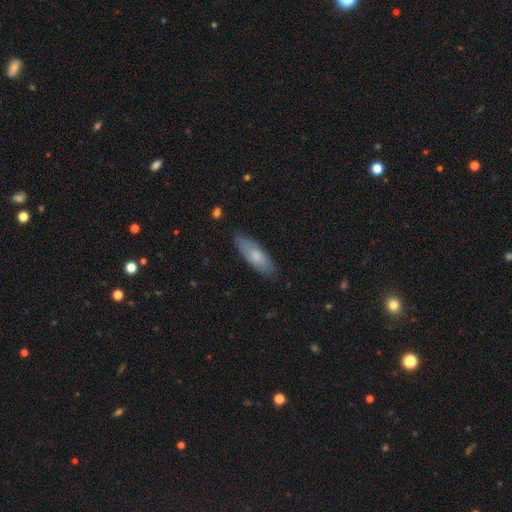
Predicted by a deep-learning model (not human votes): smooth 71%, featured or disk 23%, star or artifact 5%. Down the decision tree: how rounded — in between (57%); merging — none (82%).